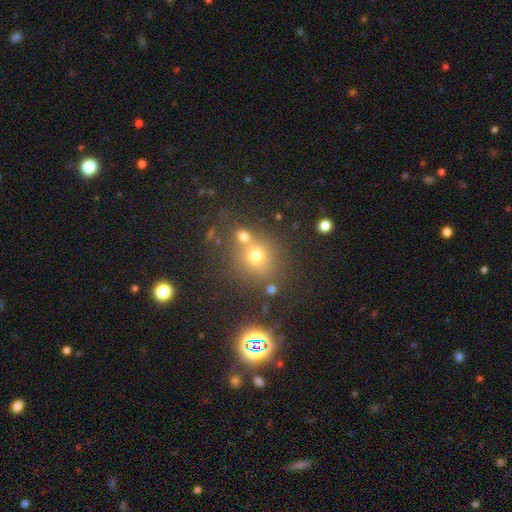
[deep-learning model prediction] Smooth or featured: smooth — 61% (star or artifact — 27%)
How rounded: round — 82% (in between — 17%)
Merging: none — 60% (merger — 26%)